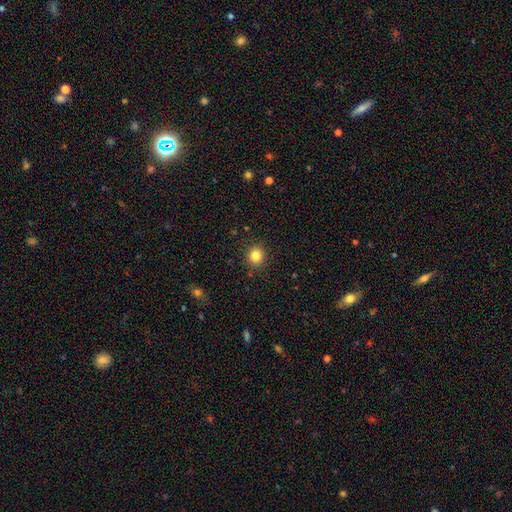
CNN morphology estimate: A smooth galaxy with no disk features (83%) that is round (82%).

Vote fractions:
- Smooth or featured? smooth: 83% / star or artifact: 11% / featured or disk: 6%
- How rounded? round: 82% / in between: 17% / cigar-shaped: 1%
- Merging? none: 90% / minor disturbance: 7% / major disturbance: 2% / merger: 1%